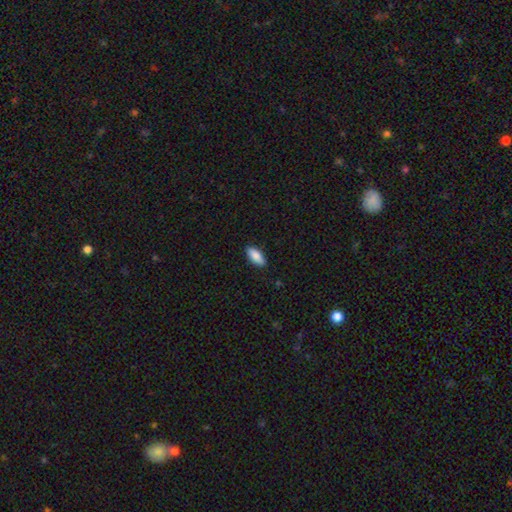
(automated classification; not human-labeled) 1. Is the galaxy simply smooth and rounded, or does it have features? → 87% smooth, 7% featured or disk, 6% star or artifact.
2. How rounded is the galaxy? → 84% in between, 14% cigar-shaped, 2% round.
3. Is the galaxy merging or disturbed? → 89% none, 8% minor disturbance, 2% major disturbance, 1% merger.